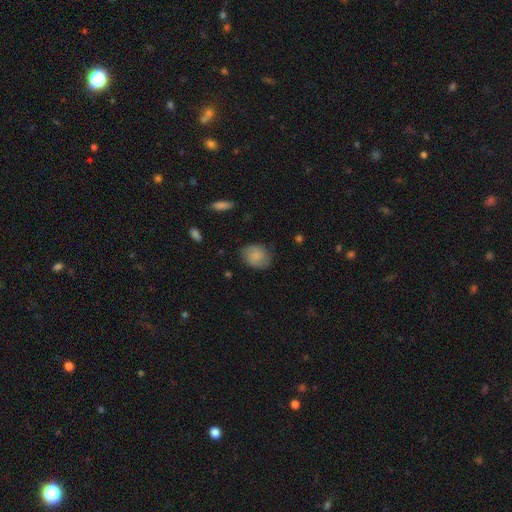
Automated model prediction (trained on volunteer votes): Smooth or featured: smooth — 77% (featured or disk — 15%)
How rounded: in between — 51% (round — 48%)
Merging: none — 75% (minor disturbance — 19%)